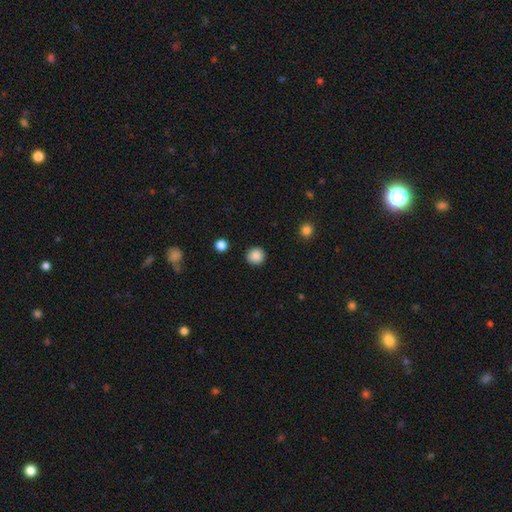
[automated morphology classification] A smooth galaxy with no disk features (87%) that is round (93%).

Vote fractions:
- Smooth or featured? smooth: 87% / star or artifact: 10% / featured or disk: 3%
- How rounded? round: 93% / in between: 6% / cigar-shaped: 1%
- Merging? none: 91% / minor disturbance: 6% / major disturbance: 2% / merger: 1%